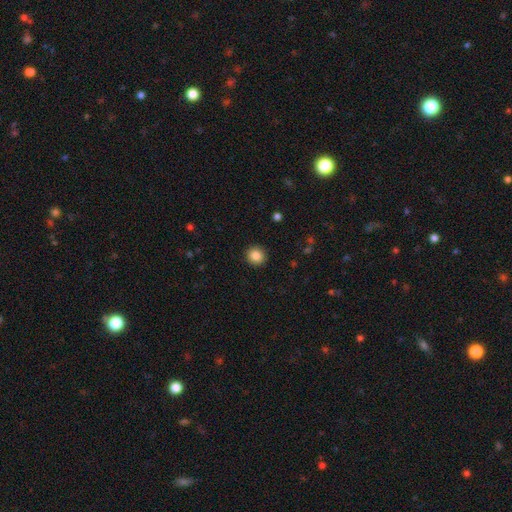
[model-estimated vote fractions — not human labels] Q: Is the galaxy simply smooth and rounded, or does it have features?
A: smooth — 87%.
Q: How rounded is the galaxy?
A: round — 89%.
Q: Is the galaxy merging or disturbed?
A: none — 92%.